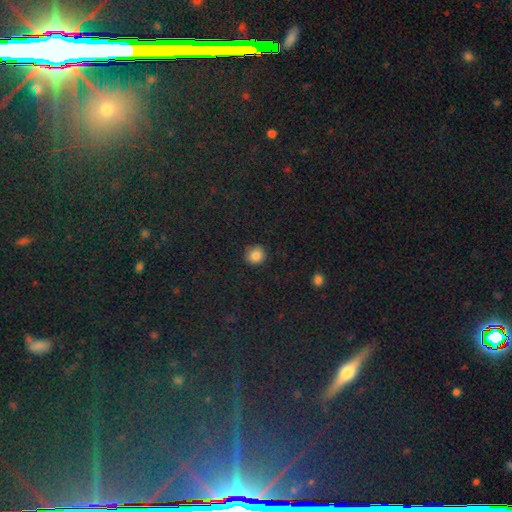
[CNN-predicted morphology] A smooth galaxy with no disk features (84%) that is round (88%).

Vote fractions:
- Smooth or featured? smooth: 84% / star or artifact: 11% / featured or disk: 5%
- How rounded? round: 88% / in between: 11% / cigar-shaped: 1%
- Merging? none: 87% / minor disturbance: 9% / major disturbance: 2% / merger: 1%